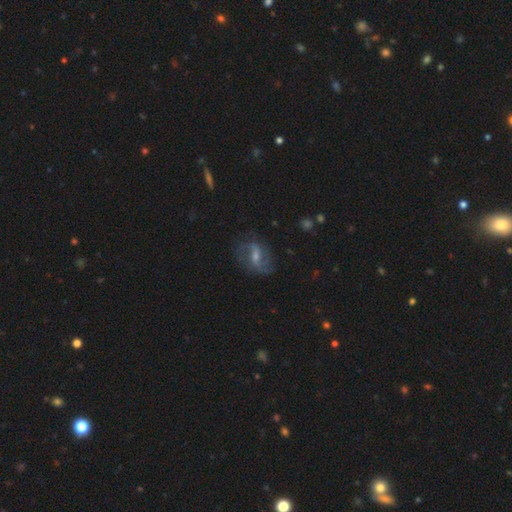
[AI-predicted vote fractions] smooth-or-featured: featured or disk: 71% | smooth: 18% | star or artifact: 11%
  disk-edge-on: no: 95% | yes: 5%
    bar: weak: 53% | strong: 25% | no: 22%
    has-spiral-arms: yes: 89% | no: 11%
      spiral-winding: loose: 43% | medium: 41% | tight: 15%
      spiral-arm-count: 2: 77% | can't tell: 12% | 3: 4% | 1: 4% | 4: 2% | more than 4: 2%
    bulge-size: moderate: 44% | small: 37% | none: 11% | large: 6% | dominant: 1%
  merging: none: 73% | minor disturbance: 17% | major disturbance: 9% | merger: 2%